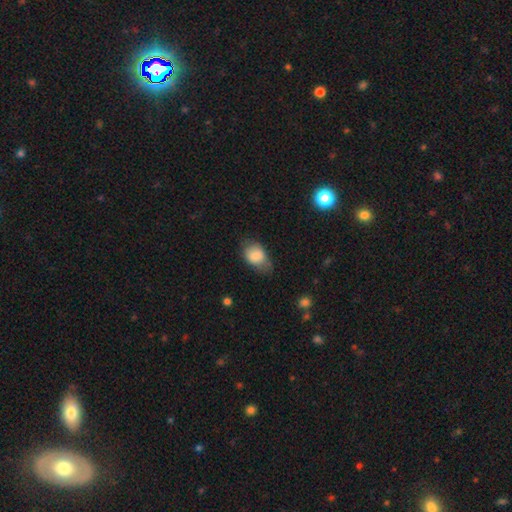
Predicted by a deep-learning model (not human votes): A smooth galaxy with no disk features (81%) that is in between round and cigar-shaped (78%). Merging: none (52%).